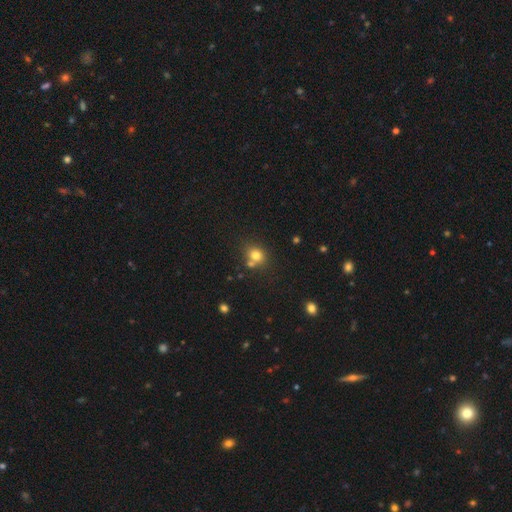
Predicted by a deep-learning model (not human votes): smooth_or_featured: smooth (p=0.76) [alt: star or artifact p=0.14]
how_rounded: round (p=0.72) [alt: in between p=0.27]
merging: none (p=0.59) [alt: merger p=0.25]